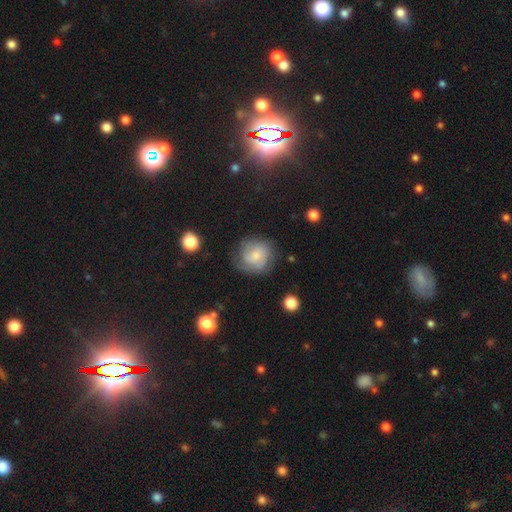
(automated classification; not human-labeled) This appears to be a featured or disk galaxy (57%) with no bar (68%), tight (49%) spiral arms (89%) and a small central bulge (57%). Merging: none (67%).